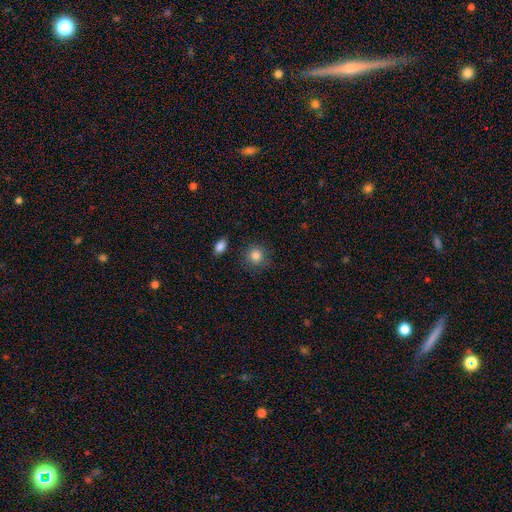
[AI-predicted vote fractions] Smooth or featured?
  - smooth: 84% *
  - star or artifact: 10%
  - featured or disk: 5%
How rounded?
  - round: 90% *
  - in between: 9%
  - cigar-shaped: 1%
Merging?
  - none: 86% *
  - minor disturbance: 9%
  - major disturbance: 3%
  - merger: 2%